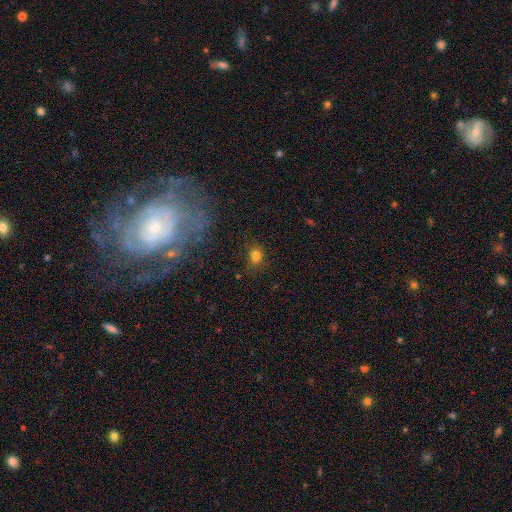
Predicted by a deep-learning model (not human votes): smooth 78%, star or artifact 15%, featured or disk 6%. Down the decision tree: how rounded — round (55%); merging — none (78%).